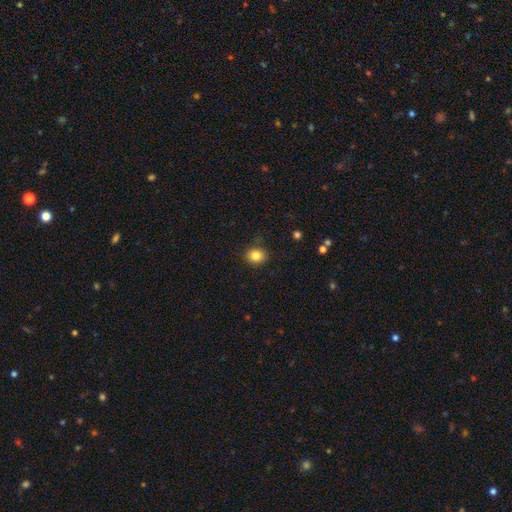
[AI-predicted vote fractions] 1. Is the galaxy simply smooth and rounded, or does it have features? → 83% smooth, 11% star or artifact, 6% featured or disk.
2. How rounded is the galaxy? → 63% round, 36% in between, 1% cigar-shaped.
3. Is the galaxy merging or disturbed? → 87% none, 10% minor disturbance, 2% major disturbance, 1% merger.